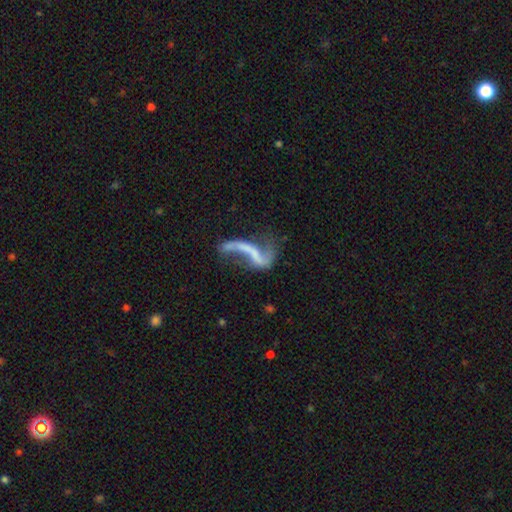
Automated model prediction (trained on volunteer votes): The model was most divided on "bar": no: 36%, strong: 34%, weak: 29%. Remaining: edge-on disk — no (94%); spiral winding — loose (92%); spiral arms — yes (81%); spiral arm count — 2 (79%); smooth or featured — featured or disk (77%); bulge size — none (60%); merging — none (38%).